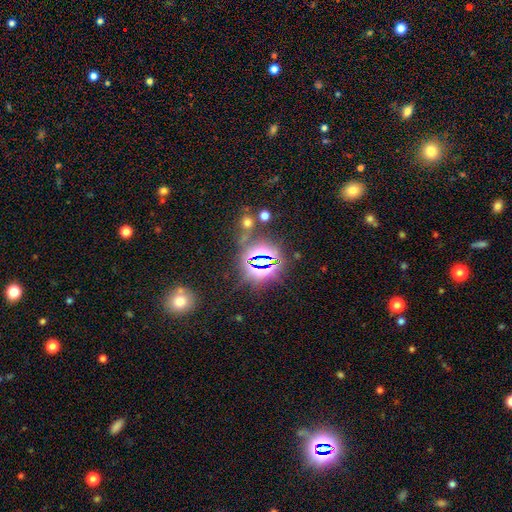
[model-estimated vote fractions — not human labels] smooth-or-featured: star or artifact: 72% | smooth: 19% | featured or disk: 8%